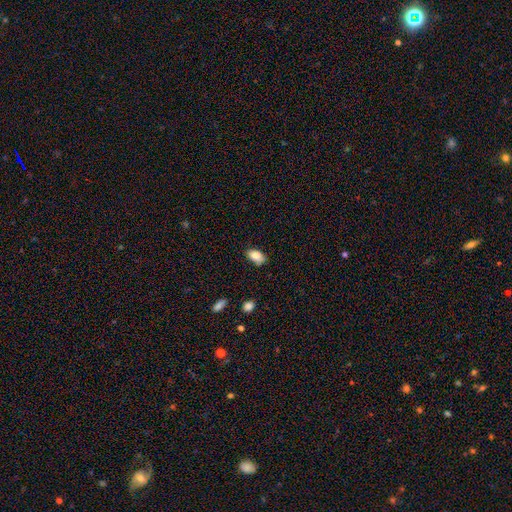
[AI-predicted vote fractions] smooth-or-featured: smooth: 86% | star or artifact: 8% | featured or disk: 6%
  how-rounded: in between: 92% | round: 5% | cigar-shaped: 3%
  merging: none: 73% | minor disturbance: 22% | major disturbance: 3% | merger: 2%